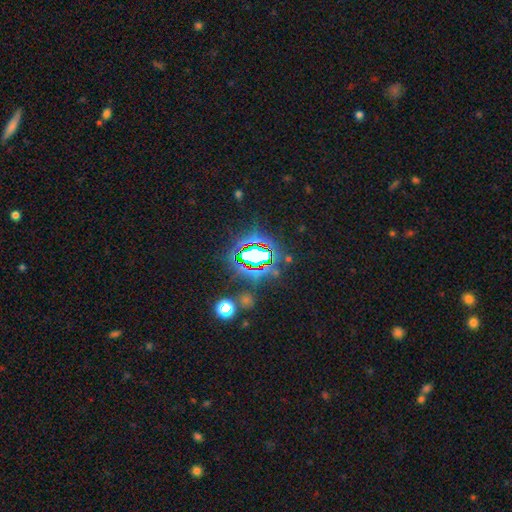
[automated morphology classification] Smooth or featured?
  - star or artifact: 69% *
  - smooth: 19%
  - featured or disk: 12%